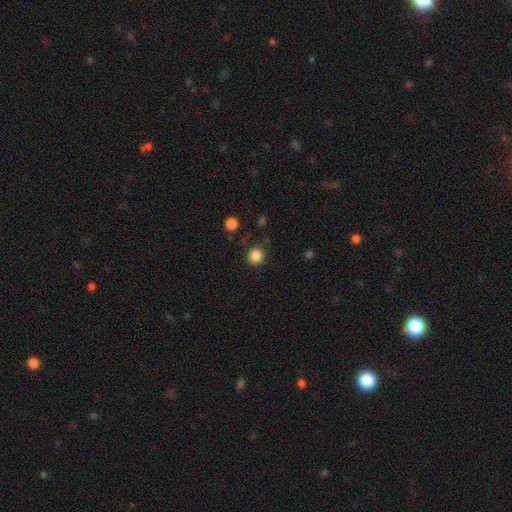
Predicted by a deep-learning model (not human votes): Morphology: type=smooth (85%); roundness=round (91%); merging=none (85%).